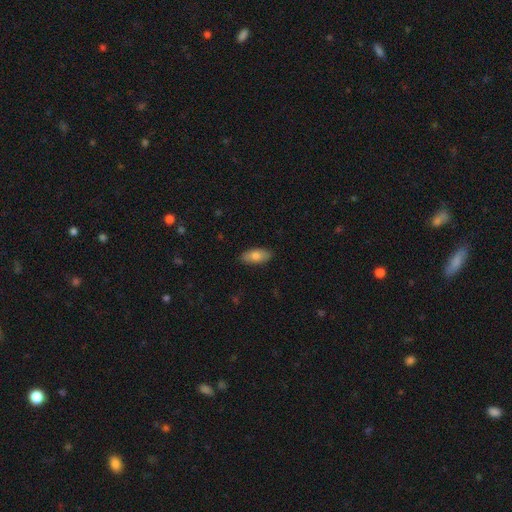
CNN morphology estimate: A smooth galaxy with no disk features (79%) that is in between round and cigar-shaped (88%). Merging: none (88%).